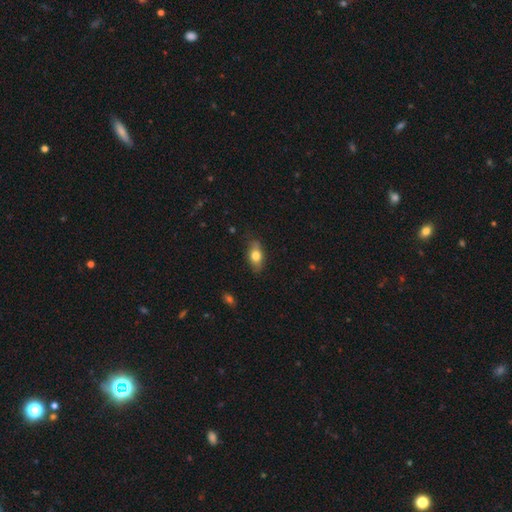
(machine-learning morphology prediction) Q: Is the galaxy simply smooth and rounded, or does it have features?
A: smooth — 73%.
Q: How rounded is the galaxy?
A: in between — 84%.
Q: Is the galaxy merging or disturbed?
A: none — 78%.